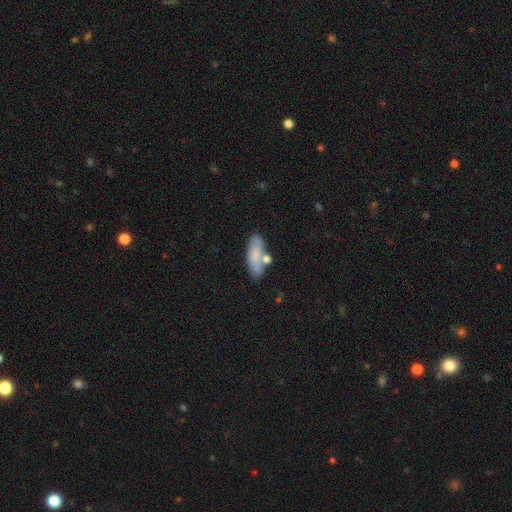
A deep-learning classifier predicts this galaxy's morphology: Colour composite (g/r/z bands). It shows a smooth galaxy with no disk features (76%) that is in between round and cigar-shaped (66%). Merging: none (66%).